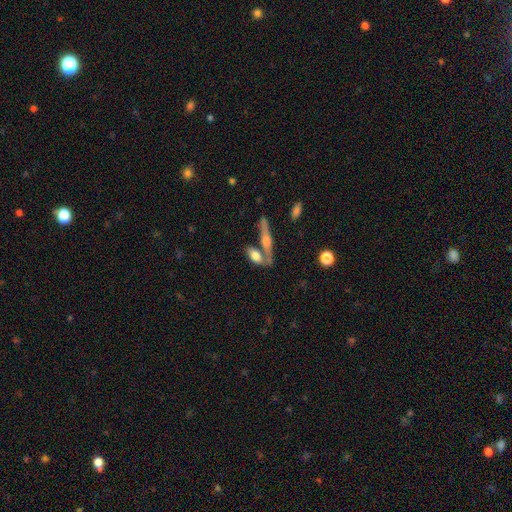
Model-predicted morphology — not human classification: A smooth galaxy with no disk features (59%) that is in between round and cigar-shaped (67%). Merging: none (47%).